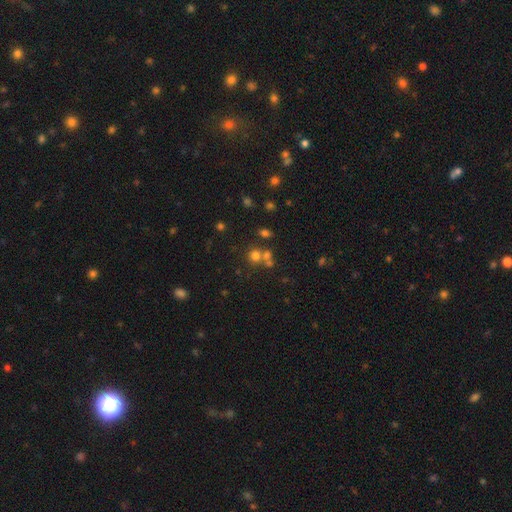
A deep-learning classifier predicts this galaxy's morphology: The model was most divided on "merging": none: 54%, merger: 33%, minor disturbance: 8%, major disturbance: 4%. More confident: how rounded — round (84%); smooth or featured — smooth (66%).